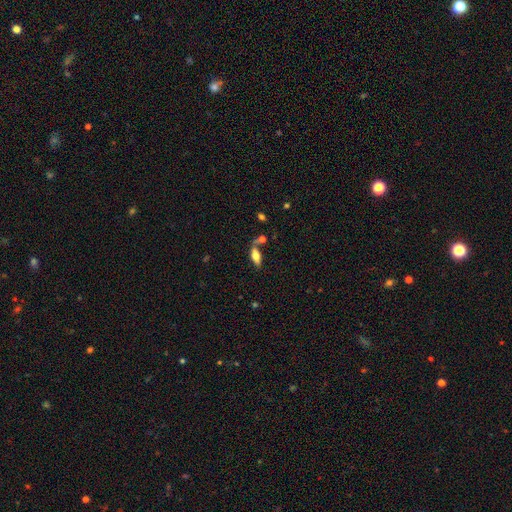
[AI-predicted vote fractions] Smooth or featured? smooth (65%)
How rounded? in between (74%)
Merging? none (58%)